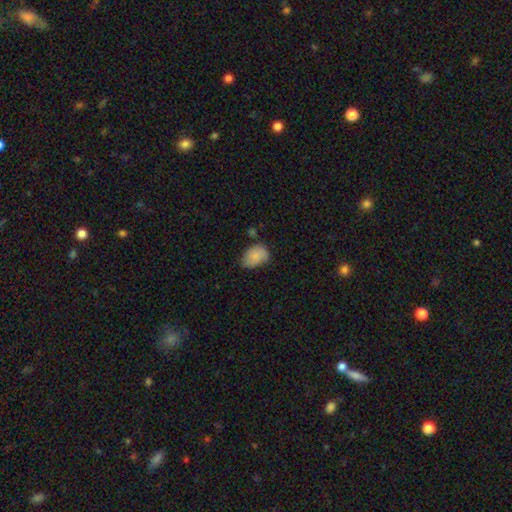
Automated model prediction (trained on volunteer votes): Overall: smooth (82%). How rounded: in between (83%). Merging: none (49%; minor disturbance 39%).